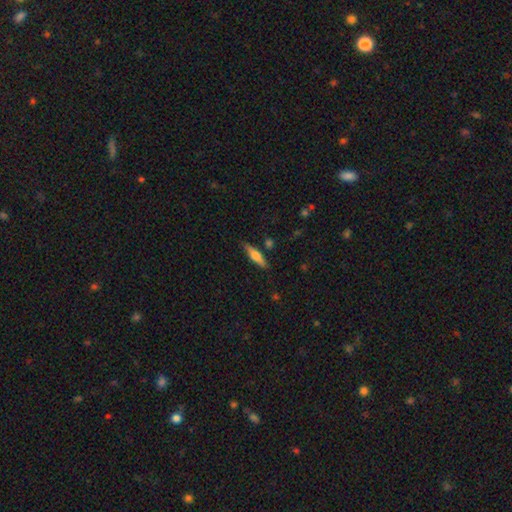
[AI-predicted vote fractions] smooth 57%, featured or disk 36%, star or artifact 6%. Down the decision tree: how rounded — cigar-shaped (72%); merging — none (83%).